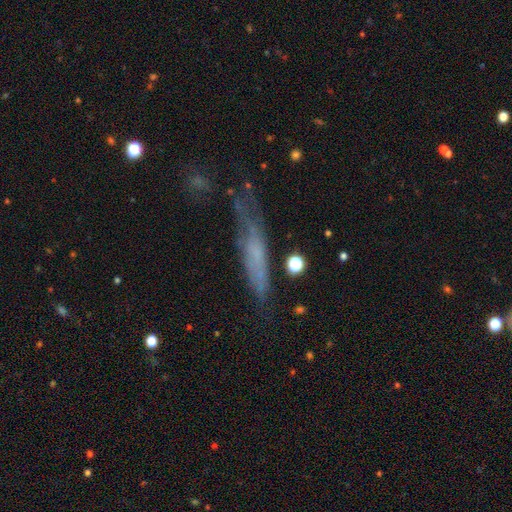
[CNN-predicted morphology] A smooth galaxy with no disk features (48%).

Vote fractions:
- Smooth or featured? smooth: 48% / featured or disk: 41% / star or artifact: 12%
- Merging? none: 54% / minor disturbance: 27% / major disturbance: 15% / merger: 4%